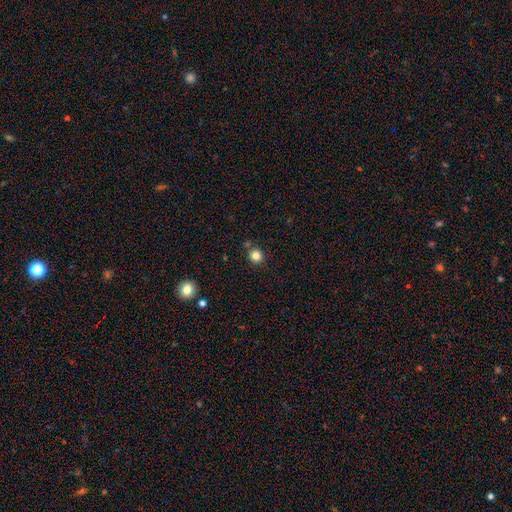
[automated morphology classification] Overall: smooth (83%). How rounded: round (91%). Merging: none (82%).